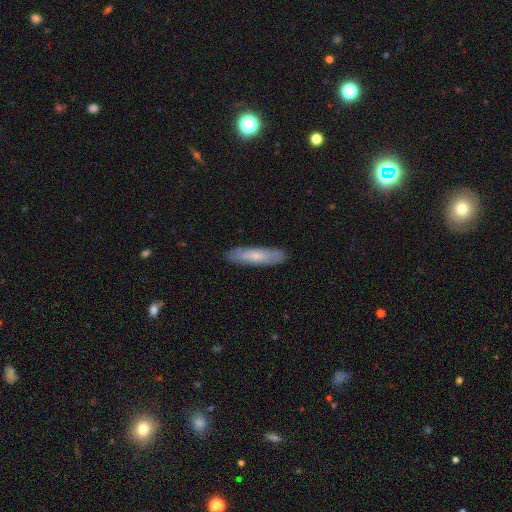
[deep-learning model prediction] Q: Smooth or featured?
A: smooth (66%); runner-up: featured or disk (28%)
Q: How rounded?
A: cigar-shaped (77%); runner-up: in between (22%)
Q: Merging?
A: none (87%); runner-up: minor disturbance (10%)